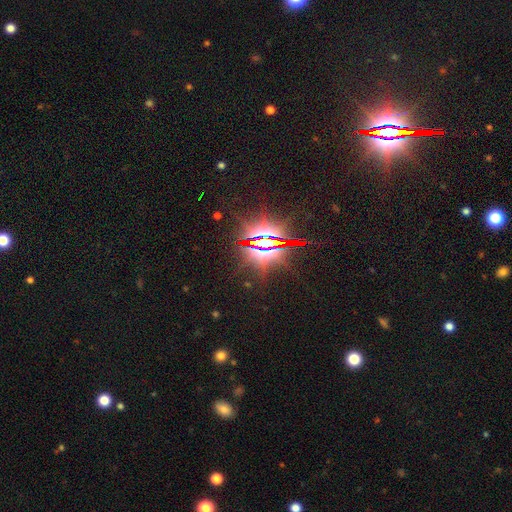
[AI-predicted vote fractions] Morphology: type=star or artifact (85%).